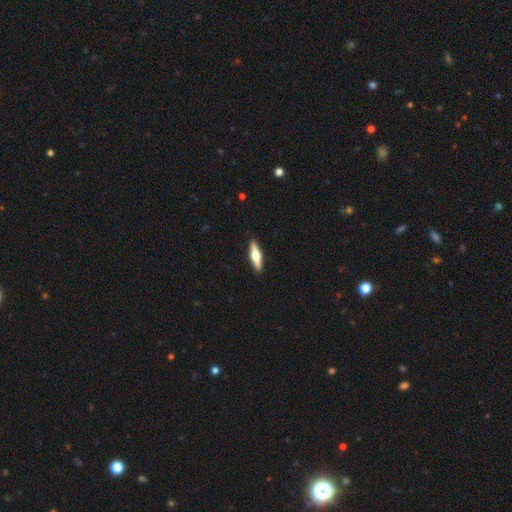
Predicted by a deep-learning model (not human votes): Smooth or featured: featured or disk — 50% (smooth — 45%)
Merging: none — 91% (minor disturbance — 7%)